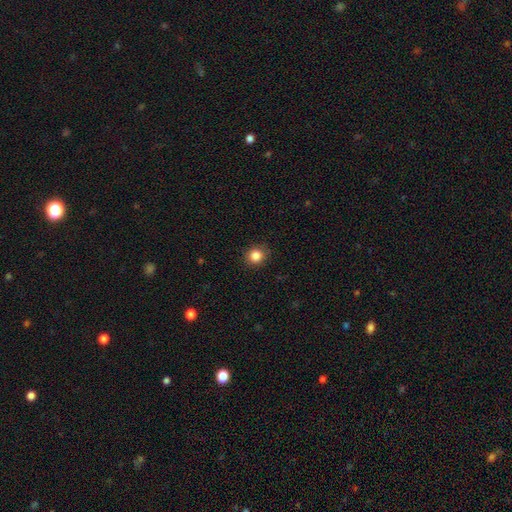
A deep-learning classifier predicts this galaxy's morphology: smooth_or_featured: smooth (p=0.85) [alt: star or artifact p=0.11]
how_rounded: round (p=0.85) [alt: in between p=0.14]
merging: none (p=0.89) [alt: minor disturbance p=0.08]